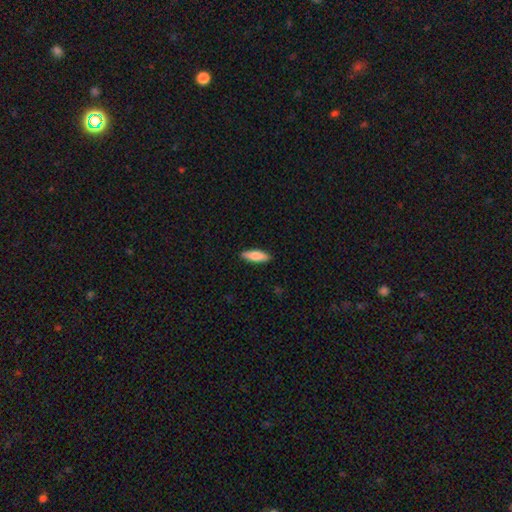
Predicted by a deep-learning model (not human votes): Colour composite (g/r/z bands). It shows a smooth galaxy with no disk features (77%) that is in between round and cigar-shaped (49%, tied with cigar-shaped). Merging: none (90%).